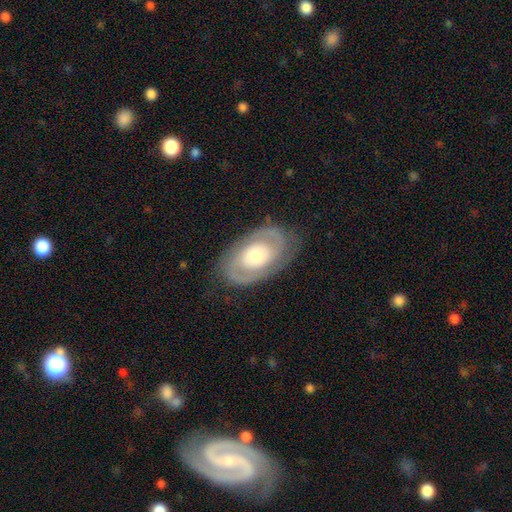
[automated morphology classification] Smooth or featured?
  - featured or disk: 77% *
  - smooth: 18%
  - star or artifact: 5%
Edge-on disk?
  - no: 95% *
  - yes: 5%
Bar?
  - no: 73% *
  - weak: 20%
  - strong: 6%
Spiral arms?
  - yes: 82% *
  - no: 18%
Spiral winding?
  - tight: 52% *
  - medium: 36%
  - loose: 12%
Spiral arm count?
  - 2: 82% *
  - can't tell: 10%
  - 1: 4%
  - 3: 2%
  - 4: 1%
  - more than 4: 1%
Bulge size?
  - moderate: 56% *
  - small: 23%
  - large: 17%
  - dominant: 2%
  - none: 2%
Merging?
  - none: 81% *
  - minor disturbance: 13%
  - major disturbance: 6%
  - merger: 1%